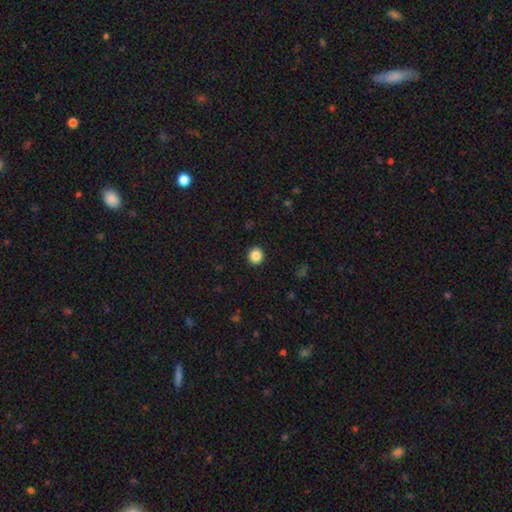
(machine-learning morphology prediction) This is clearly a smooth galaxy (87%). How rounded: clearly round (86%). Merging: clearly none (92%).